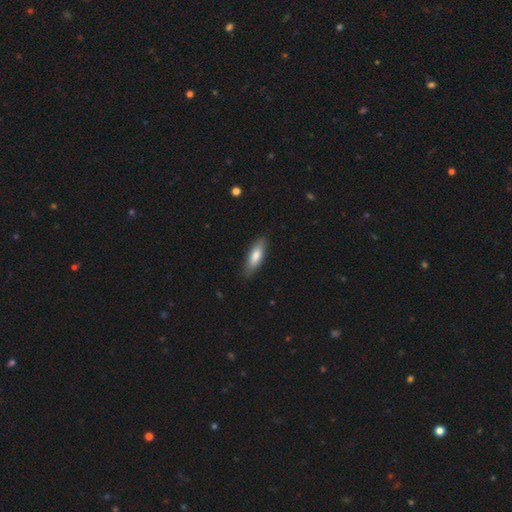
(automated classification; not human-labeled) Overall: smooth (74%). How rounded: in between (53%; cigar-shaped 45%). Merging: none (83%).